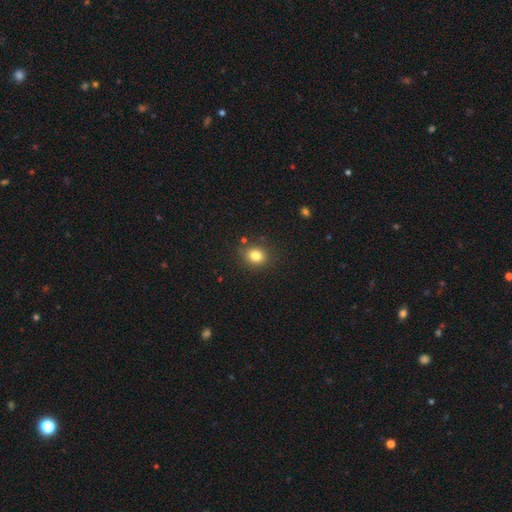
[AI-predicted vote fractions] The model was most divided on "how rounded": round: 65%, in between: 34%, cigar-shaped: 1%. More confident: merging — none (83%); smooth or featured — smooth (81%).